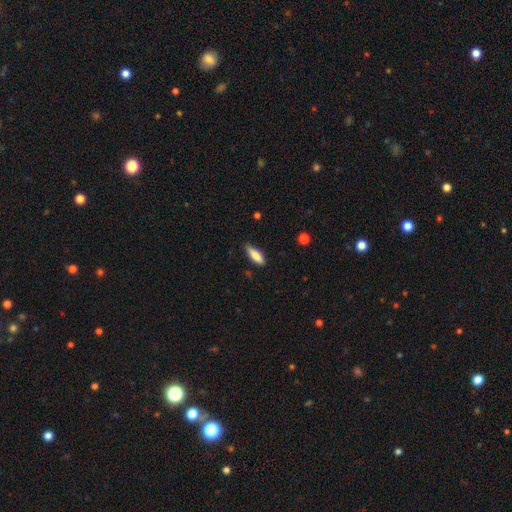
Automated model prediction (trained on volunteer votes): smooth_or_featured: smooth (p=0.79) [alt: featured or disk p=0.14]
how_rounded: cigar-shaped (p=0.50) [alt: in between p=0.48]
merging: none (p=0.78) [alt: minor disturbance p=0.18]